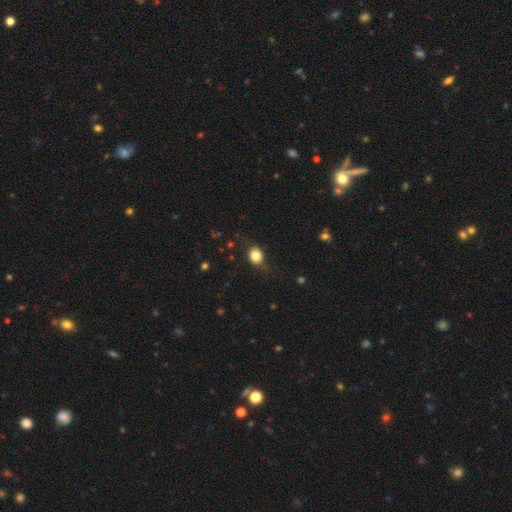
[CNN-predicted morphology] Smooth or featured?
  - smooth: 81% *
  - featured or disk: 10%
  - star or artifact: 9%
How rounded?
  - round: 56% *
  - in between: 43%
  - cigar-shaped: 1%
Merging?
  - none: 73% *
  - minor disturbance: 19%
  - major disturbance: 7%
  - merger: 1%